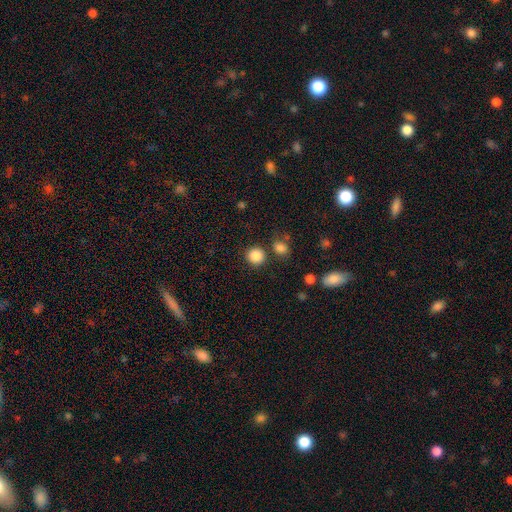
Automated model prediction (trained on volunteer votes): Smooth or featured? Predicted: smooth (p=0.86). How rounded? Predicted: round (p=0.90). Merging? Predicted: none (p=0.82).